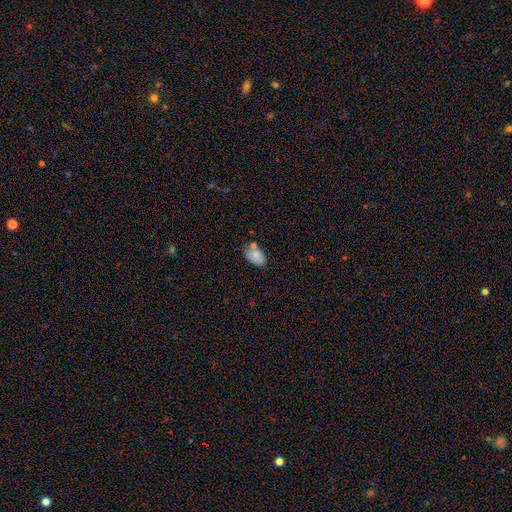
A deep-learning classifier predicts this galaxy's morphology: Q: Smooth or featured?
A: smooth (84%); runner-up: star or artifact (8%)
Q: How rounded?
A: in between (91%); runner-up: round (8%)
Q: Merging?
A: none (62%); runner-up: minor disturbance (19%)